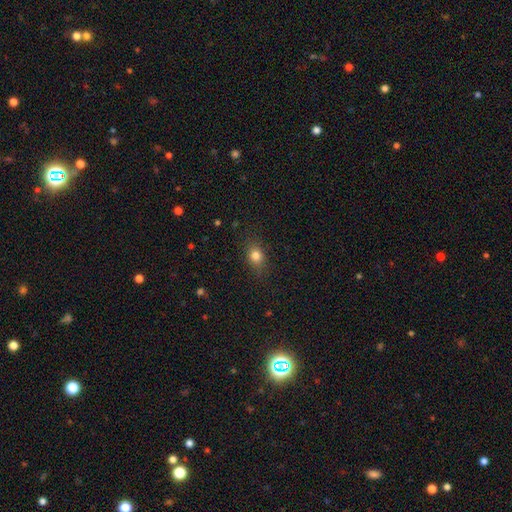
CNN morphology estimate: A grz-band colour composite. It shows a smooth galaxy with no disk features (79%) that is round (49%, tied with in between). Merging: none (83%).